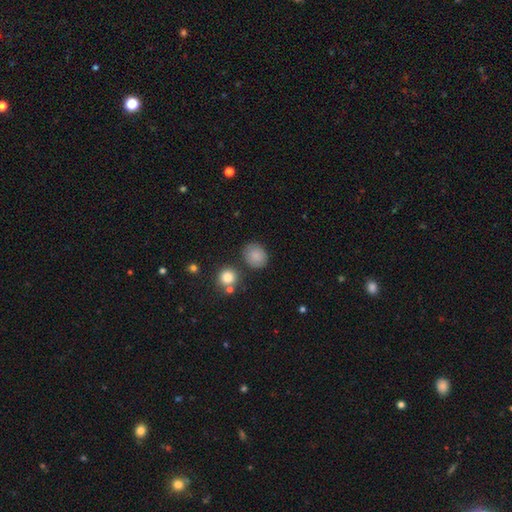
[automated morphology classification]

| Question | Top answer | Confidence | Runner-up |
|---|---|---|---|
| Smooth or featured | smooth | 84% | star or artifact (9%) |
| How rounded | round | 61% | in between (38%) |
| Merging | none | 79% | minor disturbance (13%) |